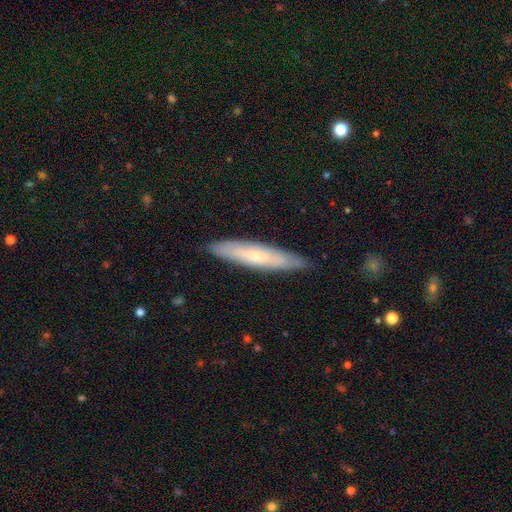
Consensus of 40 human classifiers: Smooth or featured? featured or disk (60%)
Edge-on disk? yes (88%)
Edge-on bulge? rounded (71%)
Merging? none (97%)